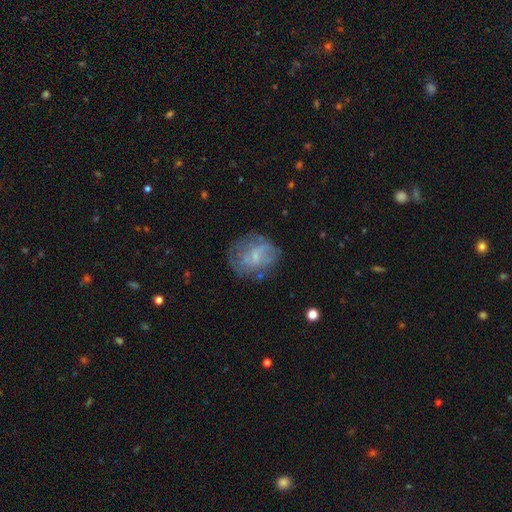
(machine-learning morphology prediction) A featured or disk galaxy (54%) with no bar (54%), spiral arms (55%) and a small central bulge (58%). Merging: none (59%).